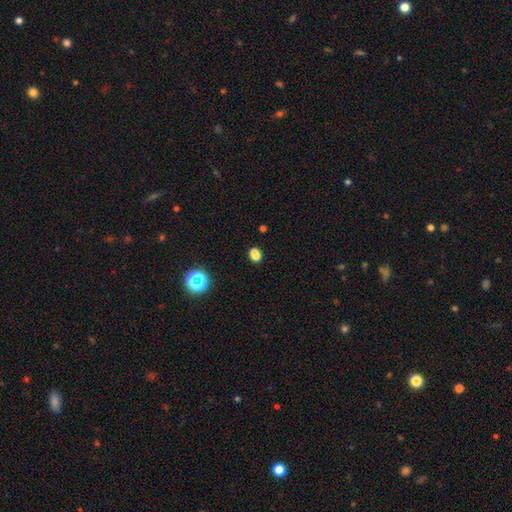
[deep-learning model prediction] Q: Smooth or featured?
A: smooth (72%); runner-up: star or artifact (22%)
Q: How rounded?
A: in between (58%); runner-up: round (40%)
Q: Merging?
A: none (79%); runner-up: minor disturbance (10%)